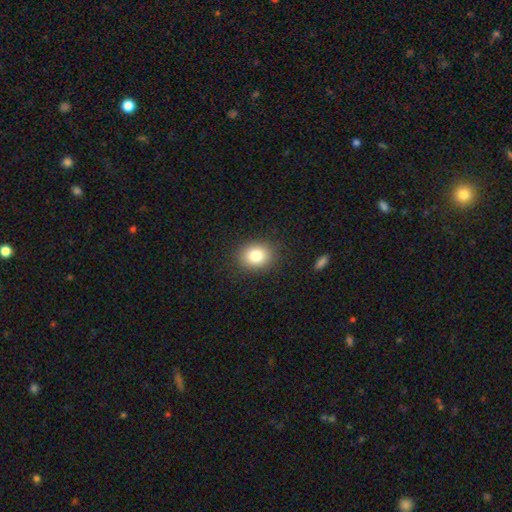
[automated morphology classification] Smooth or featured?
  - smooth: 82% *
  - star or artifact: 10%
  - featured or disk: 8%
How rounded?
  - round: 55% *
  - in between: 44%
  - cigar-shaped: 1%
Merging?
  - none: 87% *
  - minor disturbance: 9%
  - major disturbance: 3%
  - merger: 1%